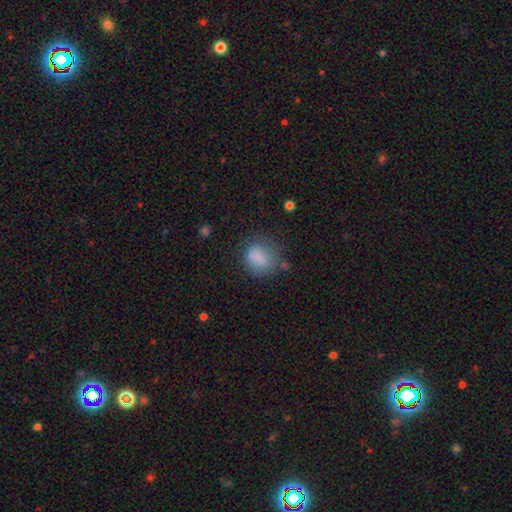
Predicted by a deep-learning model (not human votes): Q: Smooth or featured?
A: smooth (80%); runner-up: featured or disk (10%)
Q: How rounded?
A: round (50%); runner-up: in between (48%)
Q: Merging?
A: none (58%); runner-up: minor disturbance (25%)